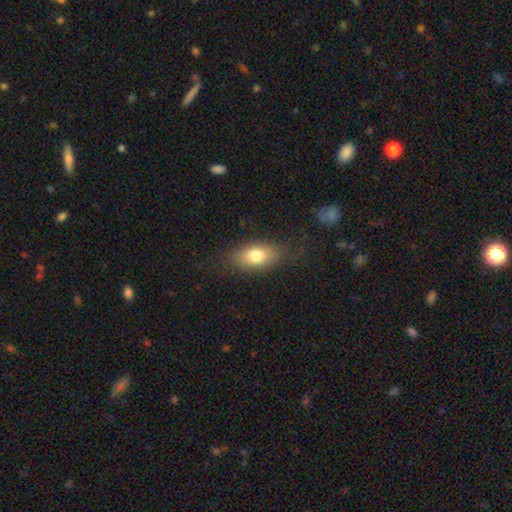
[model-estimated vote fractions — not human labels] smooth-or-featured: smooth: 75% | featured or disk: 16% | star or artifact: 8%
  how-rounded: in between: 85% | round: 10% | cigar-shaped: 6%
  merging: none: 78% | minor disturbance: 14% | major disturbance: 6% | merger: 1%